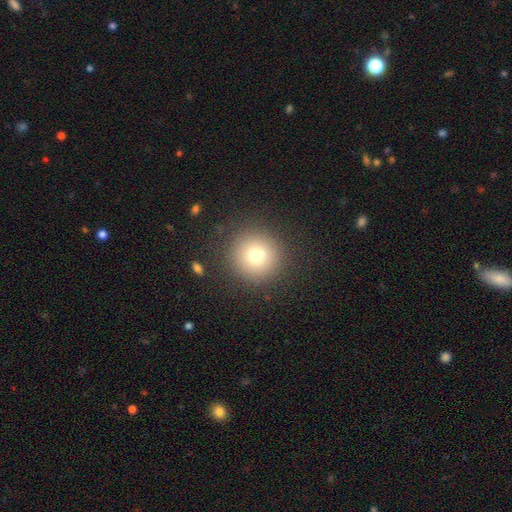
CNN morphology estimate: This appears to be a smooth galaxy with no disk features (73%) that is round (95%). Merging: none (88%).